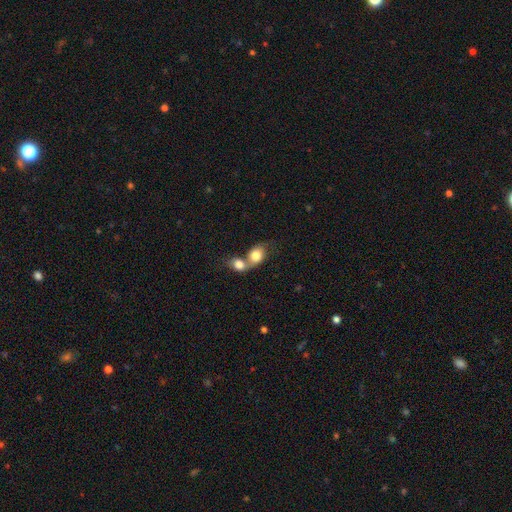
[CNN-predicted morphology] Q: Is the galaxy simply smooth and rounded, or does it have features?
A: smooth — 77%.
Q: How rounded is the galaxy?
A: in between — 52%.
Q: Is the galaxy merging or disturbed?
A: merger — 78%.